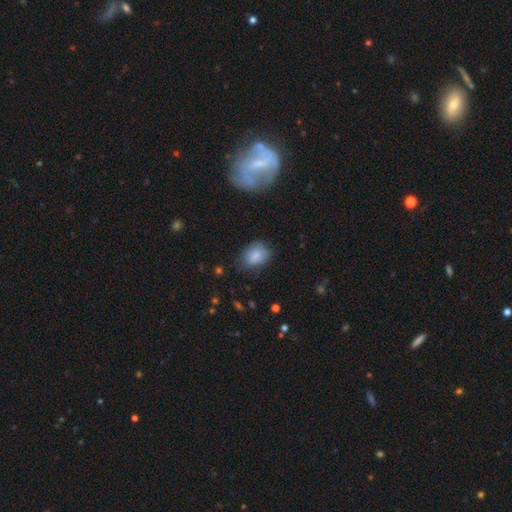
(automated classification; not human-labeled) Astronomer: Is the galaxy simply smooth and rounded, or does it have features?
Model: smooth — 78%.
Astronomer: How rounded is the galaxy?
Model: in between — 73%.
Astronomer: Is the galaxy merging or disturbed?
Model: none — 57%.